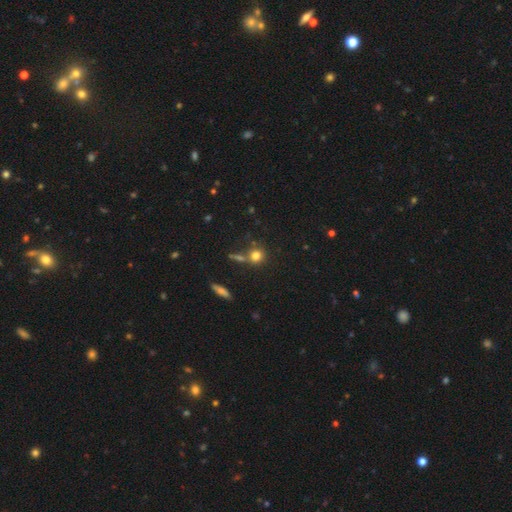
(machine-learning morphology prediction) smooth_or_featured: smooth (p=0.77) [alt: star or artifact p=0.14]
how_rounded: round (p=0.86) [alt: in between p=0.12]
merging: none (p=0.64) [alt: merger p=0.19]